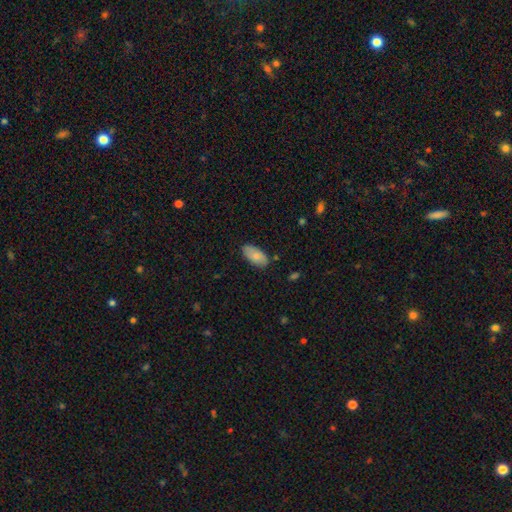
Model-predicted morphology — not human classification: Smooth or featured? Predicted: smooth (p=0.80). How rounded? Predicted: in between (p=0.94). Merging? Predicted: none (p=0.80).